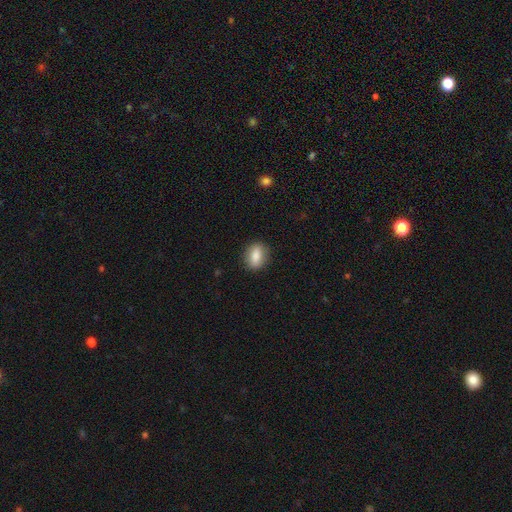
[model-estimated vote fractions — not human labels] smooth_or_featured: smooth (p=0.80) [alt: featured or disk p=0.13]
how_rounded: in between (p=0.66) [alt: round p=0.27]
merging: none (p=0.87) [alt: minor disturbance p=0.09]